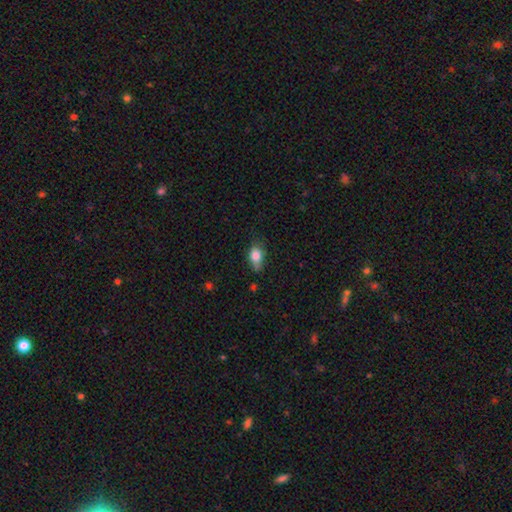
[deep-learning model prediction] Overall: smooth (80%). How rounded: in between (76%). Merging: none (54%; minor disturbance 35%).